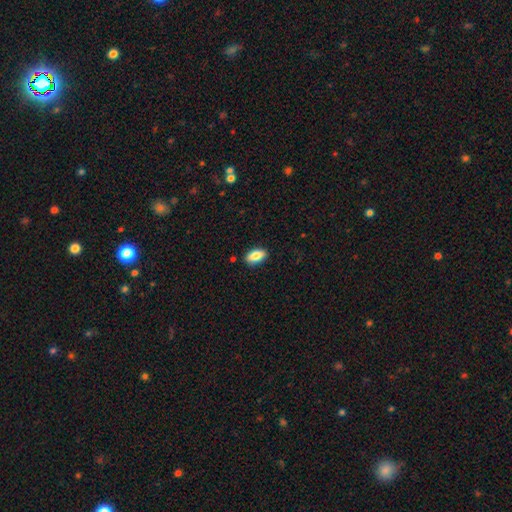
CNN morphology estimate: A smooth galaxy with no disk features (84%) that is in between round and cigar-shaped (90%). Merging: none (87%).